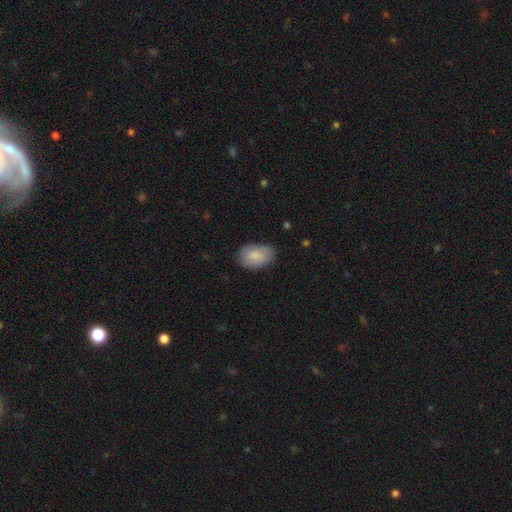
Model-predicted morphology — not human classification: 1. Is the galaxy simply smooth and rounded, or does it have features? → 85% smooth, 8% featured or disk, 6% star or artifact.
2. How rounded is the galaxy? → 88% in between, 11% round, 1% cigar-shaped.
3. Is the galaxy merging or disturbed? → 80% none, 15% minor disturbance, 3% major disturbance, 1% merger.